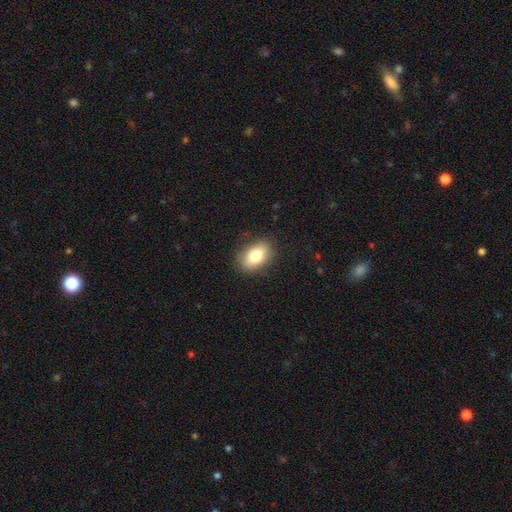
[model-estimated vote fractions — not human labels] Morphology: type=smooth (83%); roundness=in between (89%); merging=none (85%).